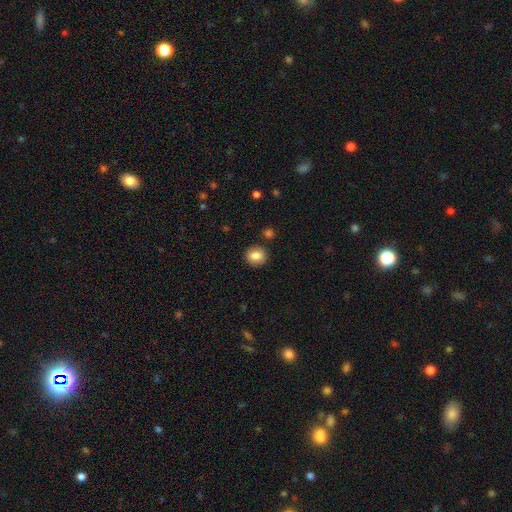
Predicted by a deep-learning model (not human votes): Q: Smooth or featured?
A: smooth (84%); runner-up: star or artifact (9%)
Q: How rounded?
A: round (73%); runner-up: in between (26%)
Q: Merging?
A: none (88%); runner-up: minor disturbance (7%)